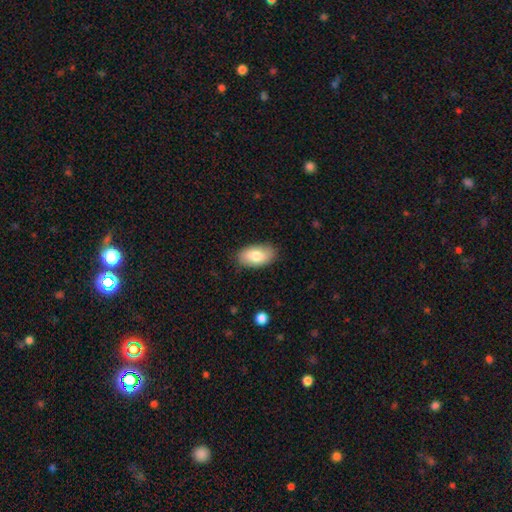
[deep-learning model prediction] The model was most divided on "smooth or featured": smooth: 79%, featured or disk: 15%, star or artifact: 6%. More confident: how rounded — in between (94%); merging — none (85%).